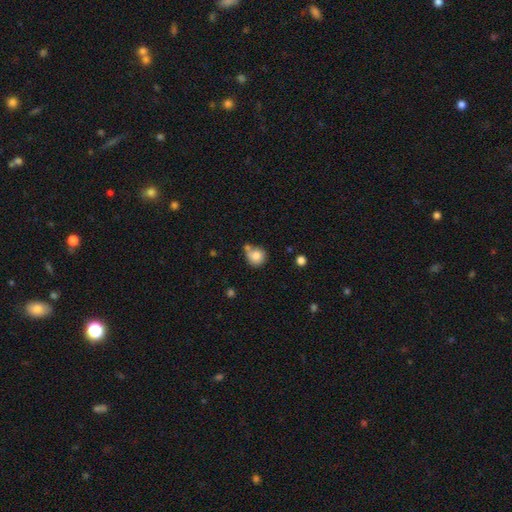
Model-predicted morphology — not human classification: This appears to be a smooth galaxy with no disk features (80%) that is round (89%). Merging: none (55%).